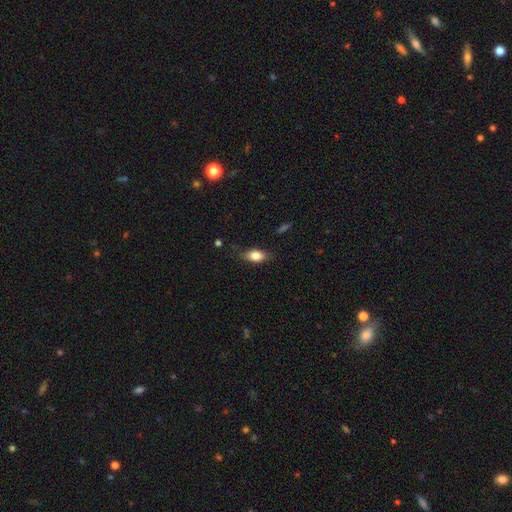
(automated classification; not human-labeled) smooth-or-featured: smooth: 79% | featured or disk: 13% | star or artifact: 8%
  how-rounded: in between: 83% | round: 9% | cigar-shaped: 8%
  merging: none: 74% | minor disturbance: 20% | major disturbance: 5% | merger: 1%